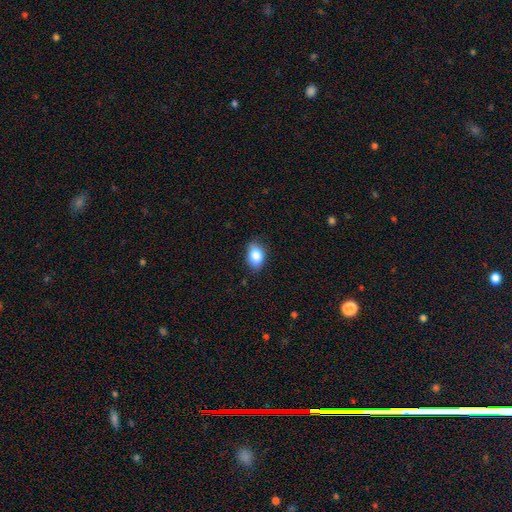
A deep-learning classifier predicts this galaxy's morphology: type=smooth (85%); roundness=in between (82%); merging=none (80%).